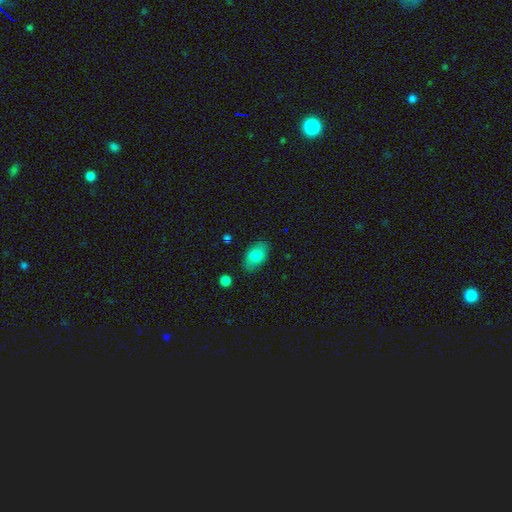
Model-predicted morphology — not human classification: type=smooth (81%); roundness=in between (91%); merging=none (83%).